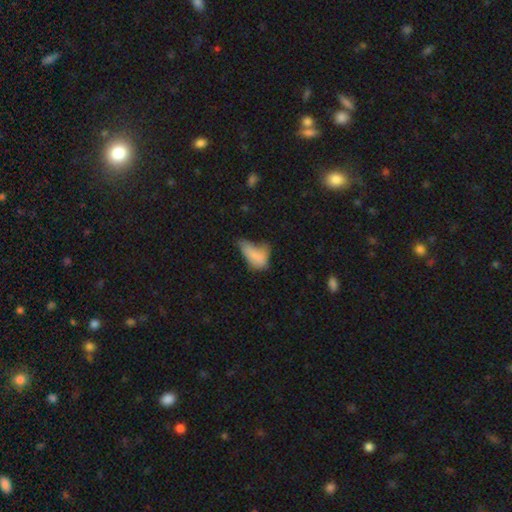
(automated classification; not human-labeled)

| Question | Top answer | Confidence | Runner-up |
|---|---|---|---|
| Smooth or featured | smooth | 74% | featured or disk (16%) |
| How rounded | in between | 87% | cigar-shaped (7%) |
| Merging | major disturbance | 38% | minor disturbance (36%) |